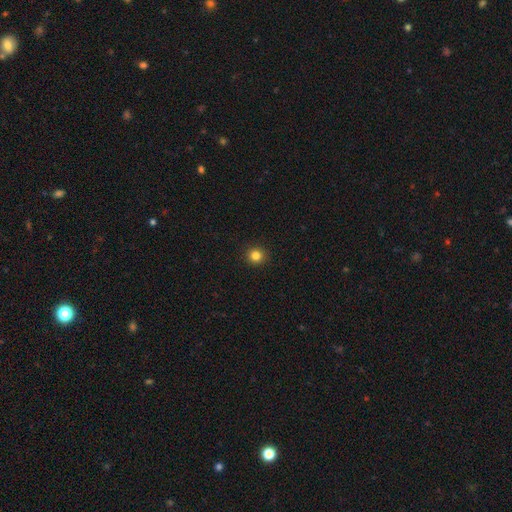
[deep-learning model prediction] Morphology: type=smooth (83%); roundness=round (93%); merging=none (93%).